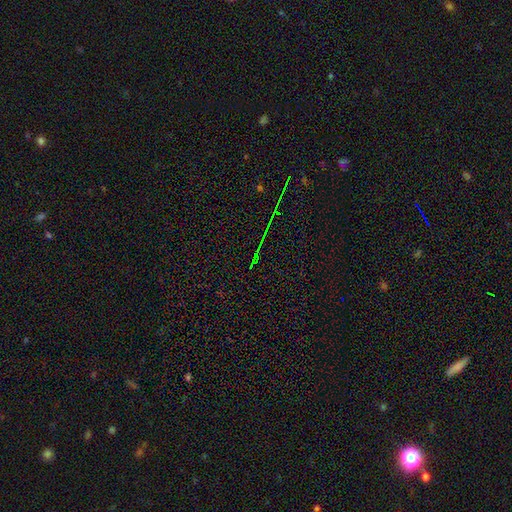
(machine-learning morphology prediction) A star or artifact, not a galaxy (79%).

Vote fractions:
- Smooth or featured? star or artifact: 79% / smooth: 11% / featured or disk: 10%